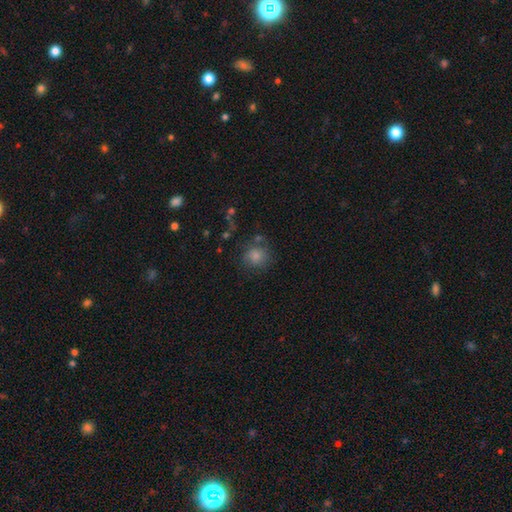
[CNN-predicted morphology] smooth-or-featured: smooth: 81% | star or artifact: 11% | featured or disk: 8%
  how-rounded: round: 88% | in between: 11% | cigar-shaped: 1%
  merging: none: 71% | minor disturbance: 16% | major disturbance: 7% | merger: 7%